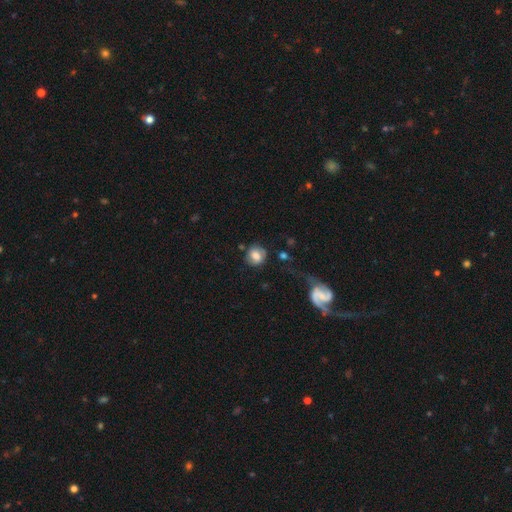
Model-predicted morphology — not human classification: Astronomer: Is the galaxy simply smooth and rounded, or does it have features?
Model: smooth — 70%.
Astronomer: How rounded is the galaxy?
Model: round — 82%.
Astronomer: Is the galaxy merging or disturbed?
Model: none — 71%.